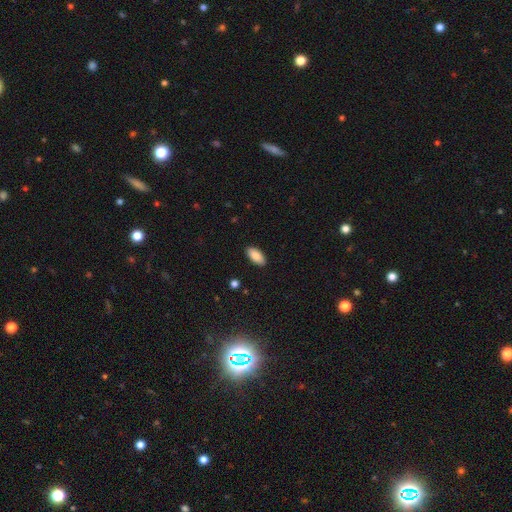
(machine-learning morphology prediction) Overall: smooth (88%). How rounded: in between (91%). Merging: none (89%).